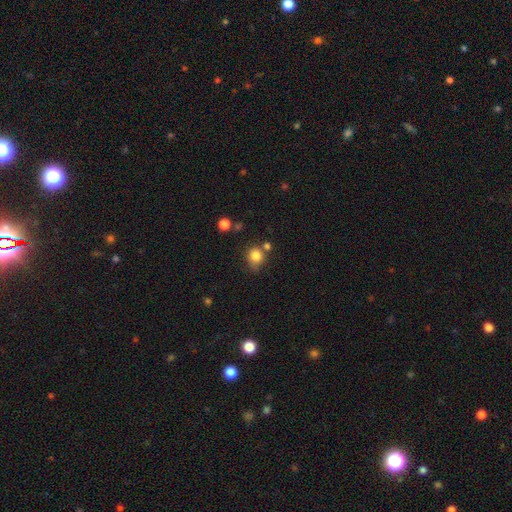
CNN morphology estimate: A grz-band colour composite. It shows a smooth galaxy with no disk features (83%) that is round (83%). Merging: none (62%).